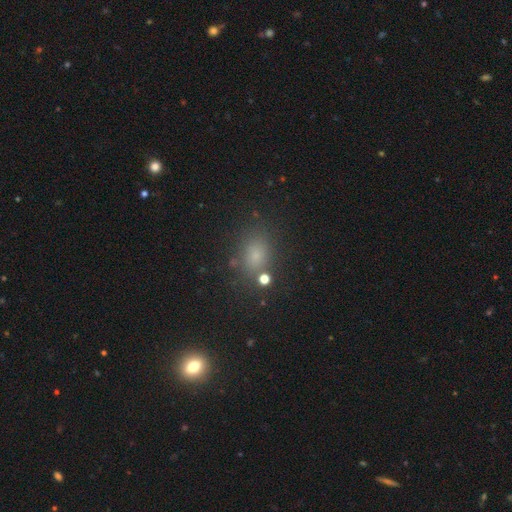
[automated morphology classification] type=smooth (68%); roundness=in between (63%); merging=none (76%).